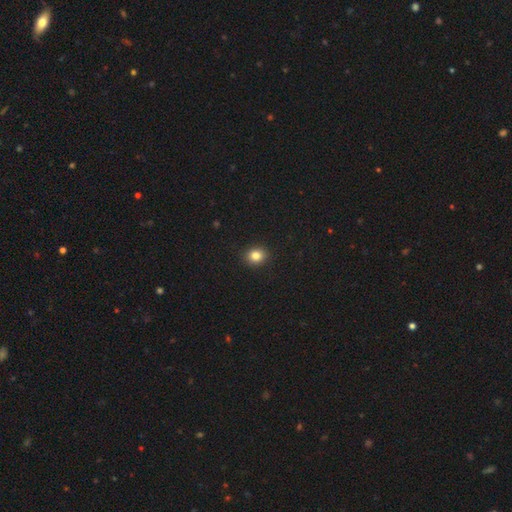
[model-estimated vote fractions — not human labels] A smooth galaxy with no disk features (83%) that is round (70%). Merging: none (91%).